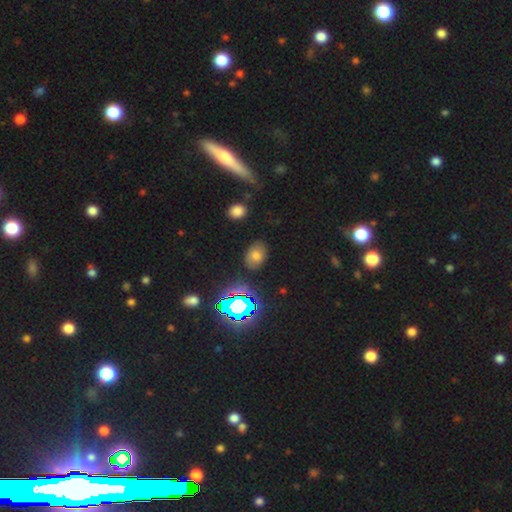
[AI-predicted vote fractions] Smooth or featured? smooth (62%)
How rounded? in between (74%)
Merging? none (81%)